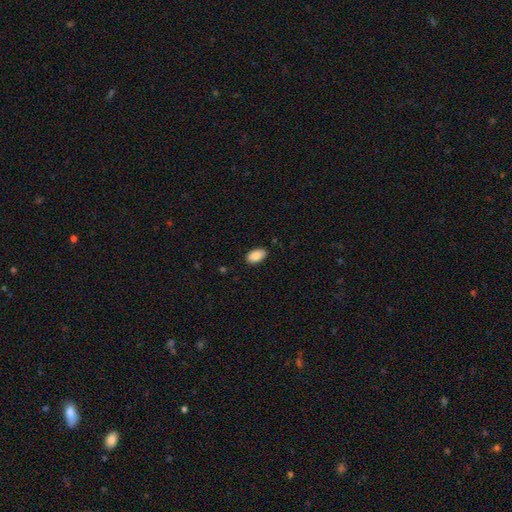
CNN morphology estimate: The model was most divided on "merging": none: 85%, minor disturbance: 12%, major disturbance: 2%, merger: 1%. More confident: how rounded — in between (94%); smooth or featured — smooth (87%).